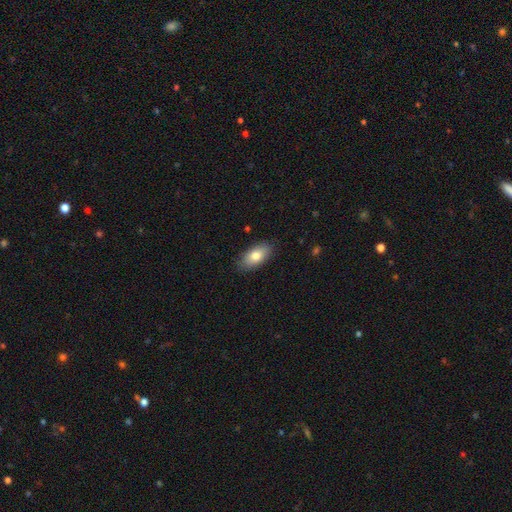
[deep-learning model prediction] Smooth or featured? smooth (79%)
How rounded? in between (90%)
Merging? none (86%)